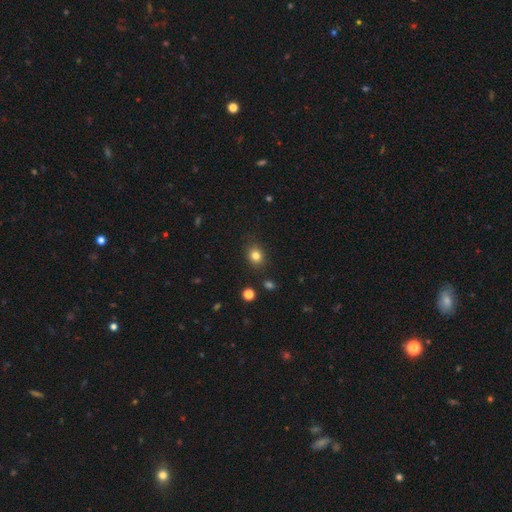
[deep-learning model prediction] Smooth or featured?
  - smooth: 82% *
  - star or artifact: 12%
  - featured or disk: 6%
How rounded?
  - round: 65% *
  - in between: 34%
  - cigar-shaped: 1%
Merging?
  - none: 85% *
  - minor disturbance: 10%
  - major disturbance: 3%
  - merger: 2%